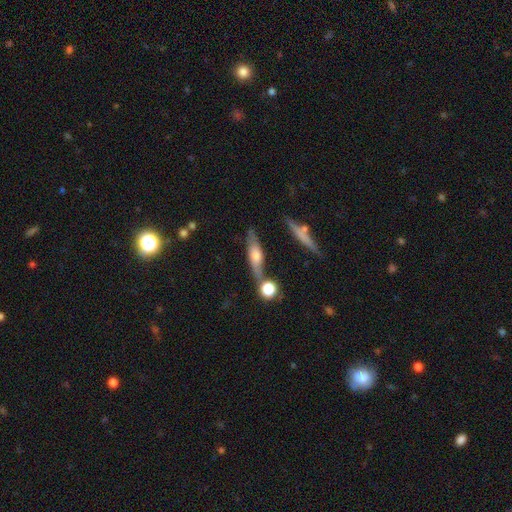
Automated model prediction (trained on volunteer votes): Overall: featured or disk (53%; smooth 39%). Edge-on disk: yes (83%). Merging: none (65%).